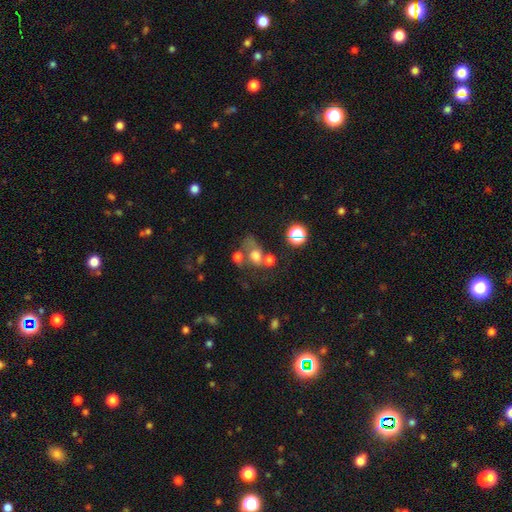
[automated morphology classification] This appears to be a smooth galaxy with no disk features (60%) that is in between round and cigar-shaped (51%). Merging: merger (37%).